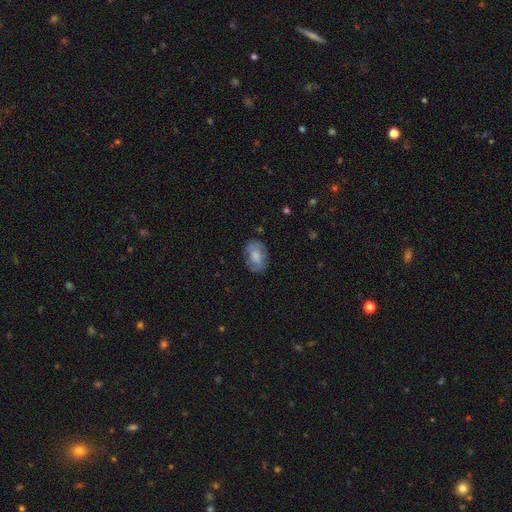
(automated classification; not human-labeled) Smooth or featured? Predicted: smooth (p=0.63). How rounded? Predicted: in between (p=0.84). Merging? Predicted: none (p=0.72).